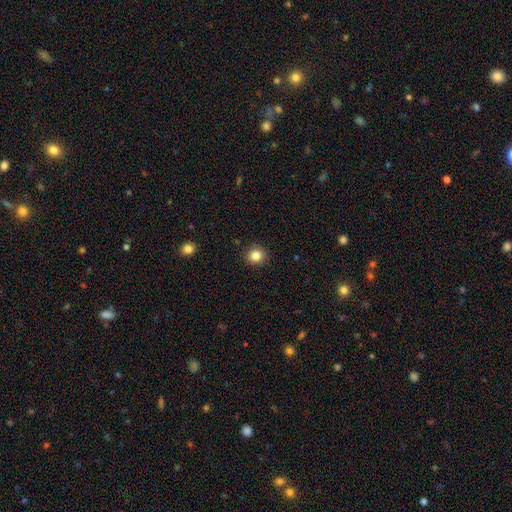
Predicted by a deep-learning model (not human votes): Smooth or featured: smooth — 84% (star or artifact — 11%)
How rounded: round — 90% (in between — 9%)
Merging: none — 91% (minor disturbance — 6%)